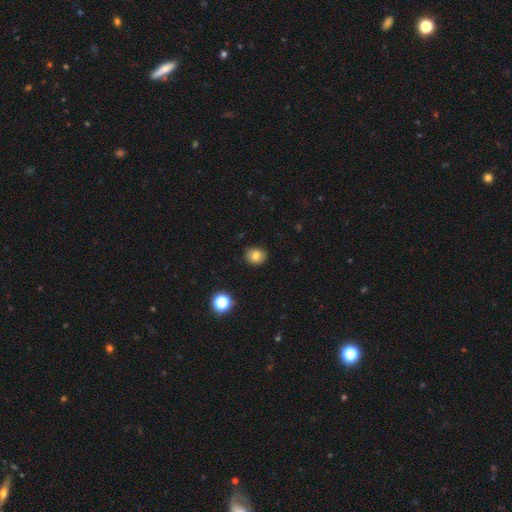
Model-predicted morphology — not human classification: A smooth galaxy with no disk features (78%) that is round (66%).

Vote fractions:
- Smooth or featured? smooth: 78% / star or artifact: 12% / featured or disk: 10%
- How rounded? round: 66% / in between: 33% / cigar-shaped: 1%
- Merging? none: 86% / minor disturbance: 11% / major disturbance: 2% / merger: 1%